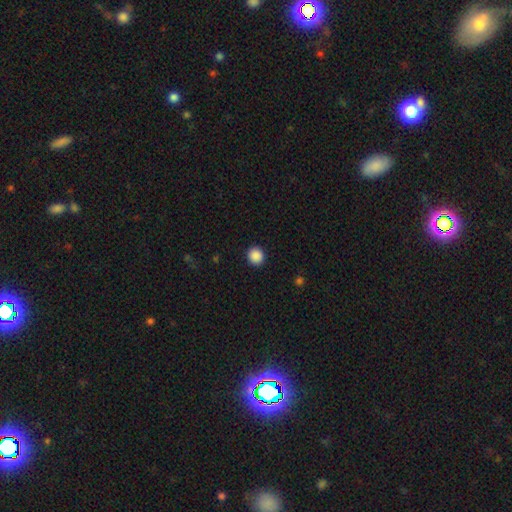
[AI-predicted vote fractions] A smooth galaxy with no disk features (89%) that is round (89%). Merging: none (92%).